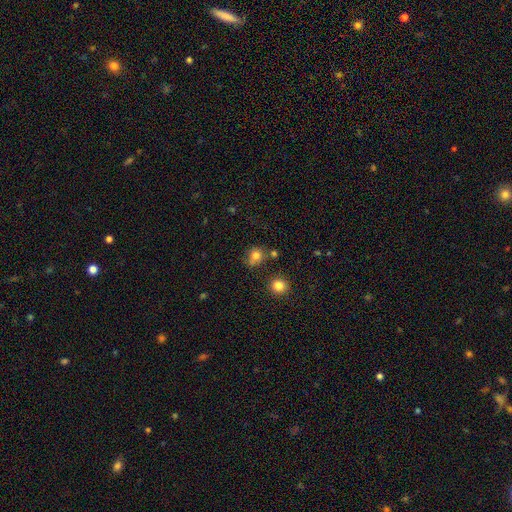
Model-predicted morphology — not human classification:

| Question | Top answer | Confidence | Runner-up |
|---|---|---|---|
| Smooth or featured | smooth | 77% | star or artifact (15%) |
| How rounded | round | 79% | in between (20%) |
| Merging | none | 64% | minor disturbance (18%) |